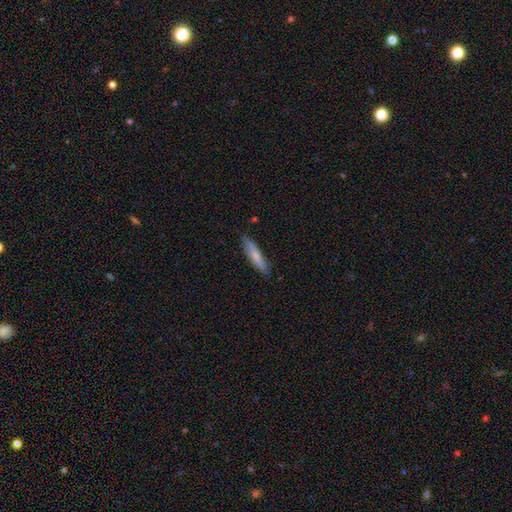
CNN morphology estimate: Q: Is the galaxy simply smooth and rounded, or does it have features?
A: smooth — 68%.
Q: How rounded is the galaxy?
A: cigar-shaped — 84%.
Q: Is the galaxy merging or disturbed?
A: none — 82%.